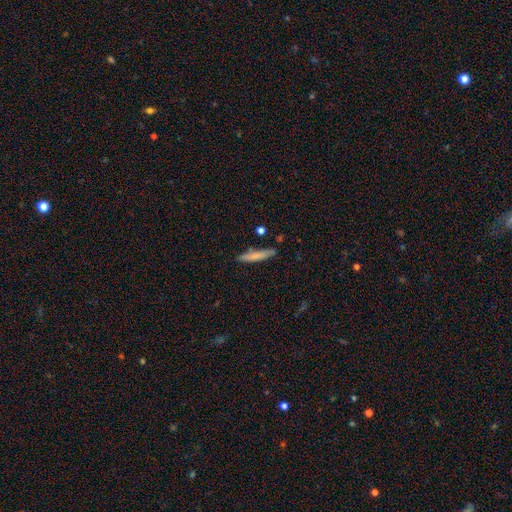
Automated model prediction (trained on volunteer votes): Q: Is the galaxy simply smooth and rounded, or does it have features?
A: smooth — 73%.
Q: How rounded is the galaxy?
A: cigar-shaped — 91%.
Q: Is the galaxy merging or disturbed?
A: none — 81%.